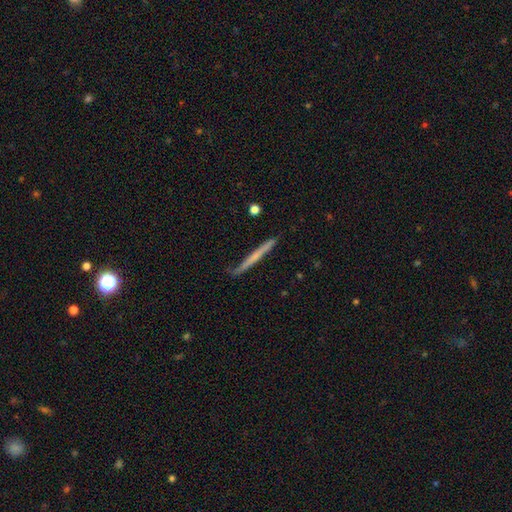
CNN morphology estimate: smooth-or-featured: smooth: 50% | featured or disk: 44% | star or artifact: 6%
  how-rounded: cigar-shaped: 97% | in between: 2% | round: 1%
  merging: none: 79% | minor disturbance: 16% | major disturbance: 3% | merger: 2%